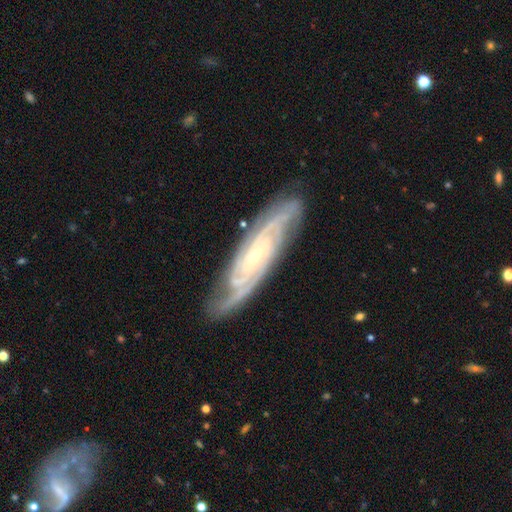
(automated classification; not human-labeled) Smooth or featured?
  - featured or disk: 88% *
  - smooth: 7%
  - star or artifact: 5%
Edge-on disk?
  - no: 85% *
  - yes: 15%
Bar?
  - no: 65% *
  - weak: 26%
  - strong: 10%
Spiral arms?
  - yes: 97% *
  - no: 3%
Spiral winding?
  - tight: 63% *
  - medium: 31%
  - loose: 6%
Spiral arm count?
  - 2: 31% *
  - 3: 24%
  - can't tell: 21%
  - 4: 14%
  - more than 4: 5%
  - 1: 5%
Bulge size?
  - small: 79% *
  - moderate: 16%
  - none: 2%
  - large: 1%
  - dominant: 1%
Merging?
  - none: 82% *
  - minor disturbance: 14%
  - major disturbance: 3%
  - merger: 1%